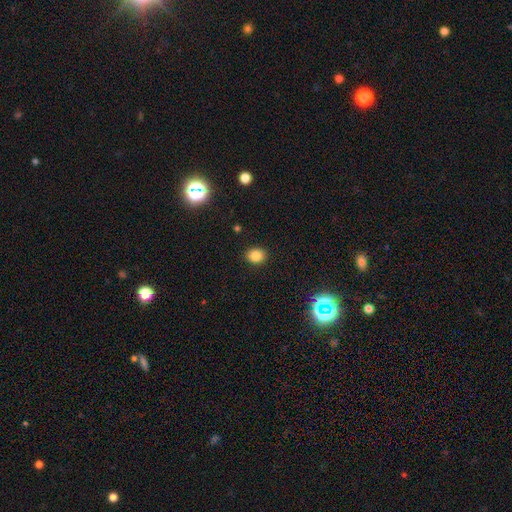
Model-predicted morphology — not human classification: This is clearly a smooth galaxy (82%). How rounded: possibly round (57%). Merging: clearly none (90%).